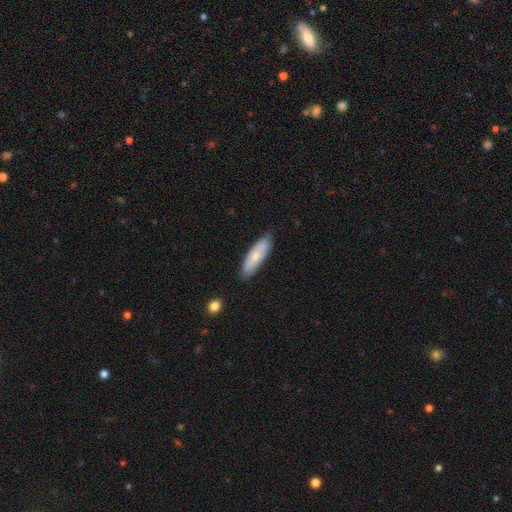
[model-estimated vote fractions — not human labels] Smooth or featured?
  - smooth: 73% *
  - featured or disk: 22%
  - star or artifact: 6%
How rounded?
  - cigar-shaped: 56% *
  - in between: 43%
  - round: 2%
Merging?
  - none: 84% *
  - minor disturbance: 13%
  - major disturbance: 2%
  - merger: 1%